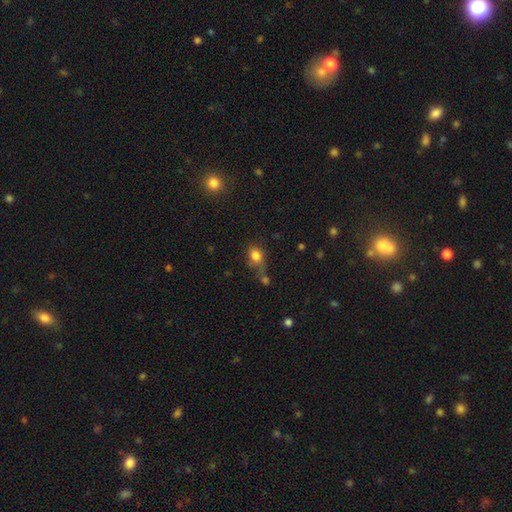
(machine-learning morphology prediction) The model was most divided on "how rounded": in between: 55%, round: 43%, cigar-shaped: 2%. Remaining: smooth or featured — smooth (80%); merging — none (43%).